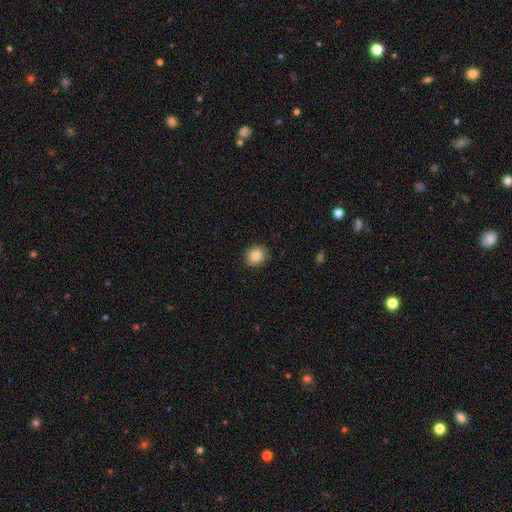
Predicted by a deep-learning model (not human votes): Smooth or featured? smooth (86%)
How rounded? round (77%)
Merging? none (90%)